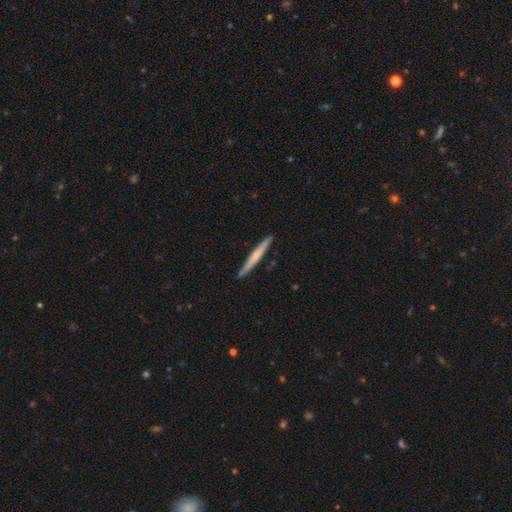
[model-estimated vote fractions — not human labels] smooth 50%, featured or disk 45%, star or artifact 5%. Down the decision tree: merging — none (91%).